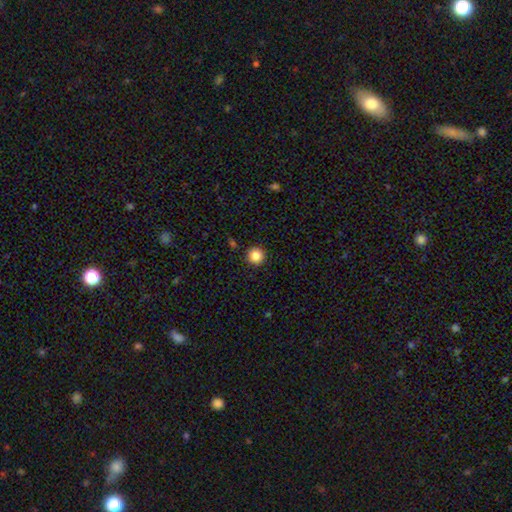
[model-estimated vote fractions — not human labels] This is clearly a smooth galaxy (85%). How rounded: clearly round (96%). Merging: clearly none (92%).